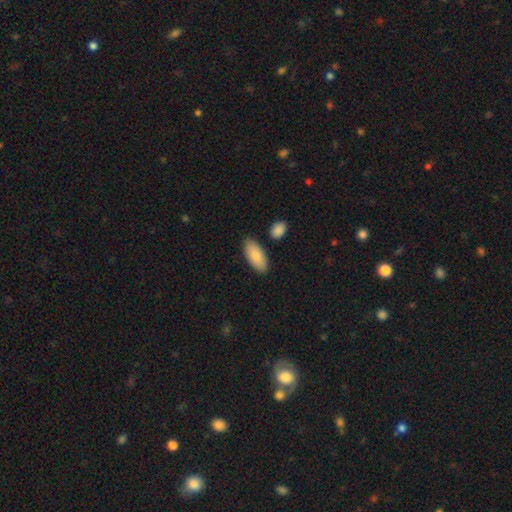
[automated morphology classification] This appears to be a smooth galaxy with no disk features (86%) that is in between round and cigar-shaped (89%). Merging: none (84%).